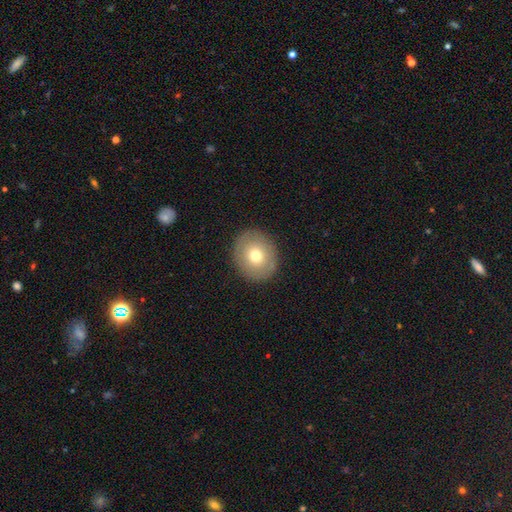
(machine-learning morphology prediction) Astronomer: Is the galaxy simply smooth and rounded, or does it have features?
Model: smooth — 71%.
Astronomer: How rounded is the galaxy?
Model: round — 76%.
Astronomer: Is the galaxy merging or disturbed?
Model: none — 88%.